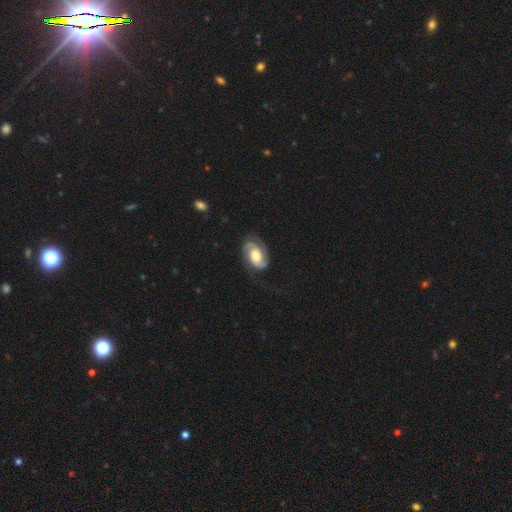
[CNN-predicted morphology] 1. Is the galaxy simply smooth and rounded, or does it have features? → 80% featured or disk, 15% smooth, 5% star or artifact.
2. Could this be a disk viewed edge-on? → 97% no, 3% yes.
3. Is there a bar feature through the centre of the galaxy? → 66% no, 27% weak, 7% strong.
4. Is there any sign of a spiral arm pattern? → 95% yes, 5% no.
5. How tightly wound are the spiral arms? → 46% tight, 39% medium, 15% loose.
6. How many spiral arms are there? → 83% 2, 7% can't tell, 4% 1, 3% 3, 1% 4, 1% more than 4.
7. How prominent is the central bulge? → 48% moderate, 36% large, 10% small, 4% dominant, 3% none.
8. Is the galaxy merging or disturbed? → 69% none, 19% minor disturbance, 11% major disturbance, 1% merger.